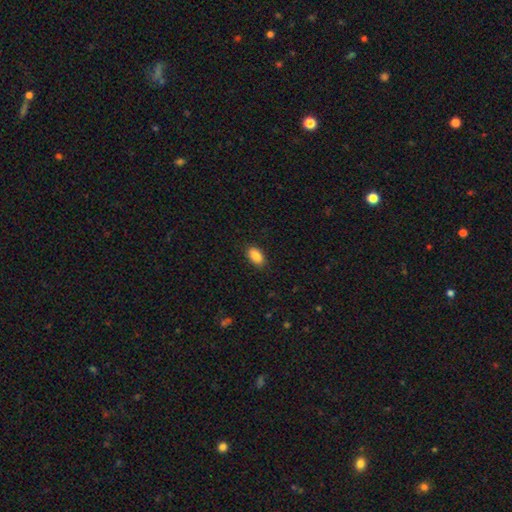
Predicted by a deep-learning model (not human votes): smooth 89%, star or artifact 7%, featured or disk 4%. Down the decision tree: how rounded — in between (93%); merging — none (88%).